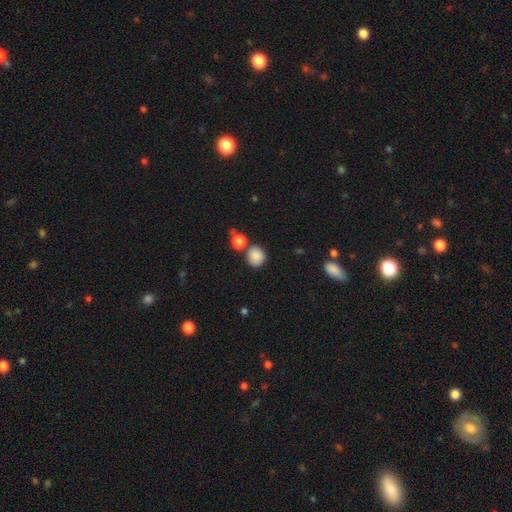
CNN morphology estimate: This appears to be a smooth galaxy with no disk features (86%) that is round (85%). Merging: none (73%).